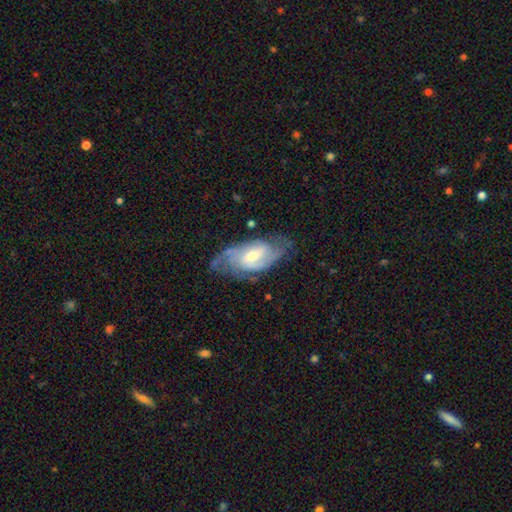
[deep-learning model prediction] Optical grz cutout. It shows a featured or disk galaxy (85%) with a weak bar (50%), 2 (47%) tight (44%) spiral arms (96%) and a moderate central bulge (52%). Merging: none (71%).